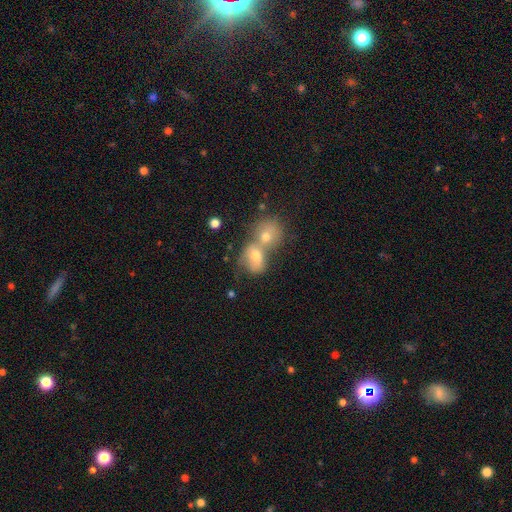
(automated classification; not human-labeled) Smooth or featured: smooth — 64% (featured or disk — 25%)
How rounded: round — 51% (in between — 47%)
Merging: merger — 73% (none — 17%)